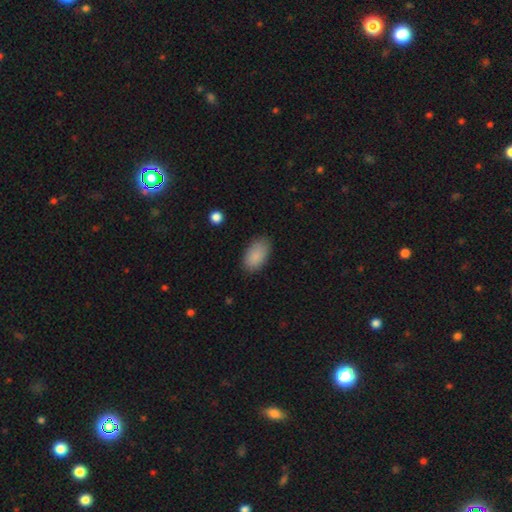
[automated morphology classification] This is clearly a smooth galaxy (88%). How rounded: clearly in between (94%). Merging: clearly none (83%).